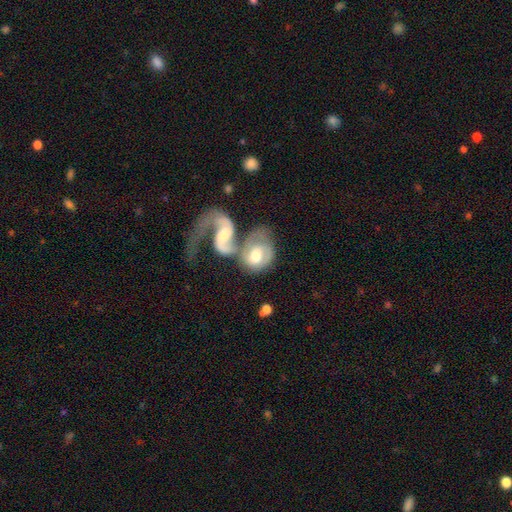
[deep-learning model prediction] featured or disk 57%, smooth 37%, star or artifact 6%. Down the decision tree: edge-on disk — no (95%); bar — no (45%); spiral arms — yes (76%); bulge size — moderate (65%); merging — merger (66%).